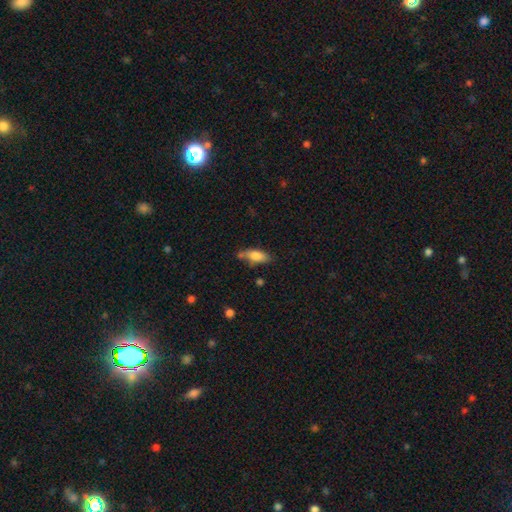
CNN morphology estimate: This appears to be a smooth galaxy with no disk features (78%) that is in between round and cigar-shaped (71%). Merging: none (59%).